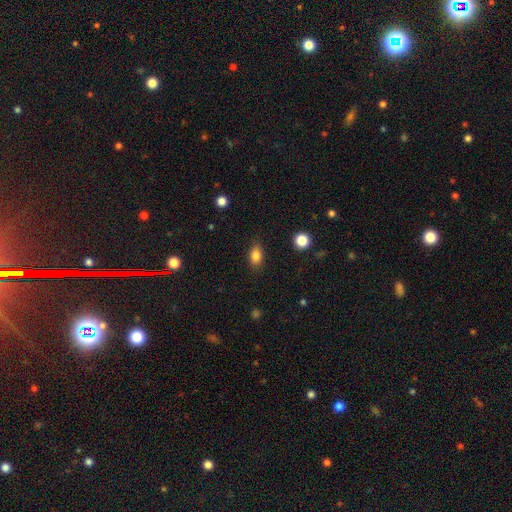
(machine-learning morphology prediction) Smooth or featured? smooth (84%)
How rounded? in between (82%)
Merging? none (83%)